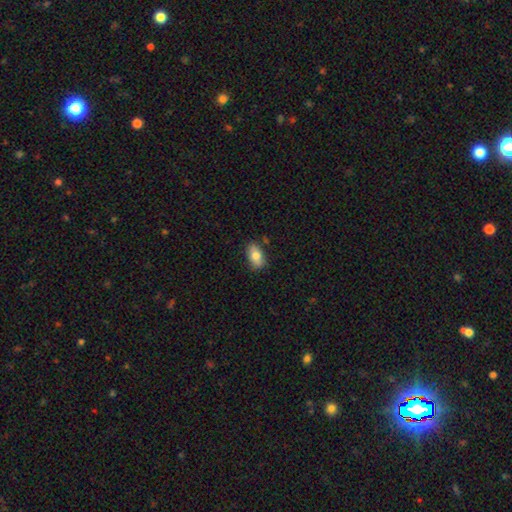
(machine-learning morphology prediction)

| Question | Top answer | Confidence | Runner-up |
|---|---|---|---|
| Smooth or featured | smooth | 80% | featured or disk (13%) |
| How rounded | in between | 91% | round (6%) |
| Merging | none | 82% | minor disturbance (14%) |